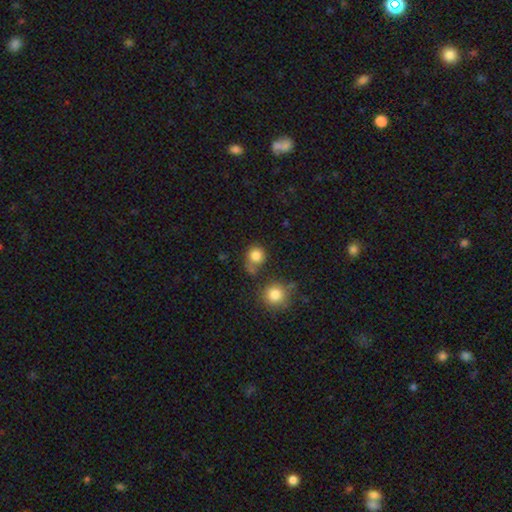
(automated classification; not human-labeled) This is clearly a smooth galaxy (82%). How rounded: clearly round (81%). Merging: possibly none (55%).